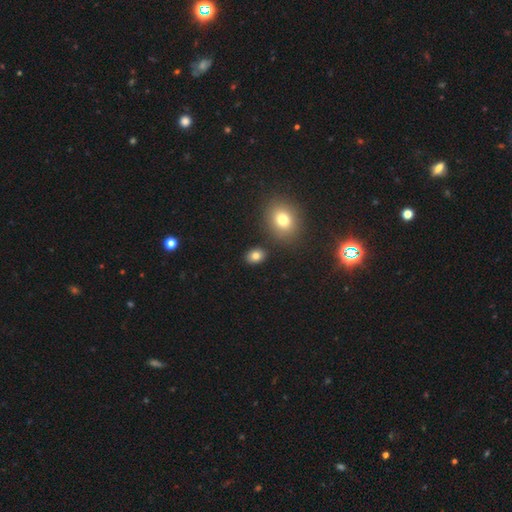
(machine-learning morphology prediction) This appears to be a smooth galaxy with no disk features (81%) that is in between round and cigar-shaped (64%). Merging: none (85%).